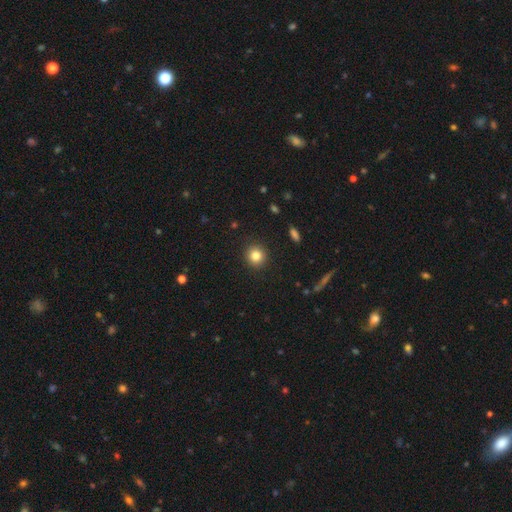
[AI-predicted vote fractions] smooth 83%, star or artifact 11%, featured or disk 7%. Down the decision tree: how rounded — round (91%); merging — none (91%).